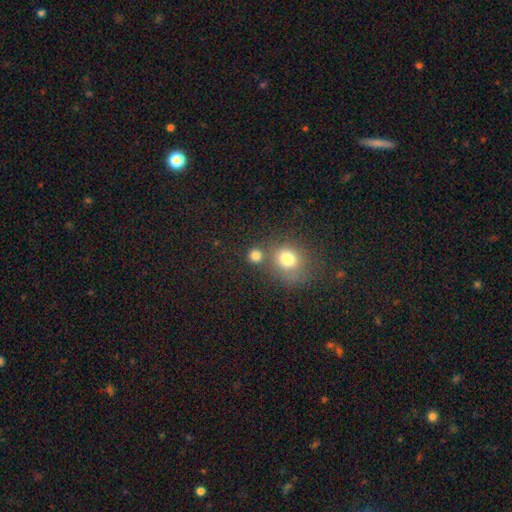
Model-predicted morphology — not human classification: Smooth or featured? Predicted: smooth (p=0.79). How rounded? Predicted: round (p=0.87). Merging? Predicted: none (p=0.65).